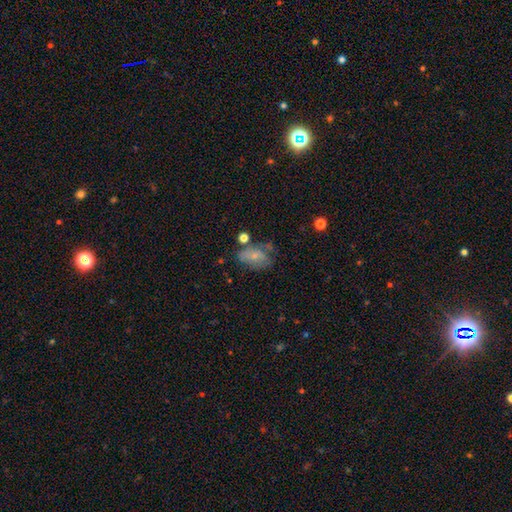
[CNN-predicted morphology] Smooth or featured: smooth — 63% (featured or disk — 27%)
How rounded: in between — 82% (round — 16%)
Merging: none — 37% (minor disturbance — 29%)